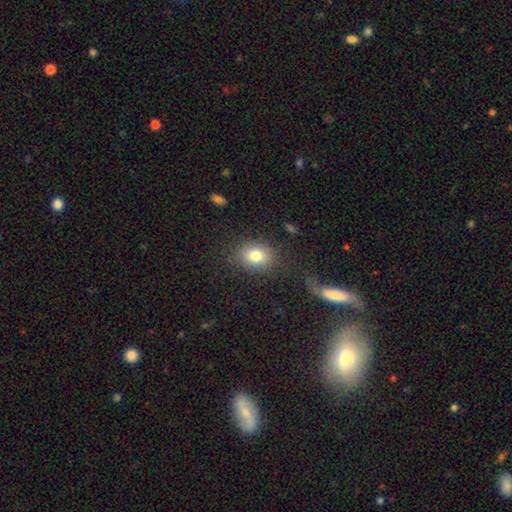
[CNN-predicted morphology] The model was most divided on "how rounded": in between: 59%, round: 40%, cigar-shaped: 1%. More confident: merging — none (80%); smooth or featured — smooth (80%).